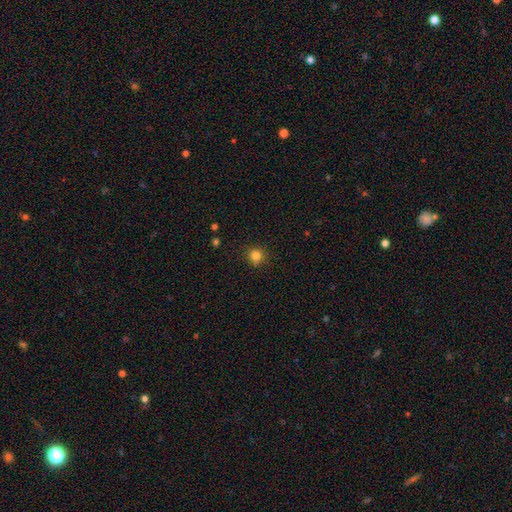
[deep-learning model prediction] smooth_or_featured: smooth (p=0.82) [alt: star or artifact p=0.13]
how_rounded: round (p=0.93) [alt: in between p=0.06]
merging: none (p=0.88) [alt: minor disturbance p=0.08]